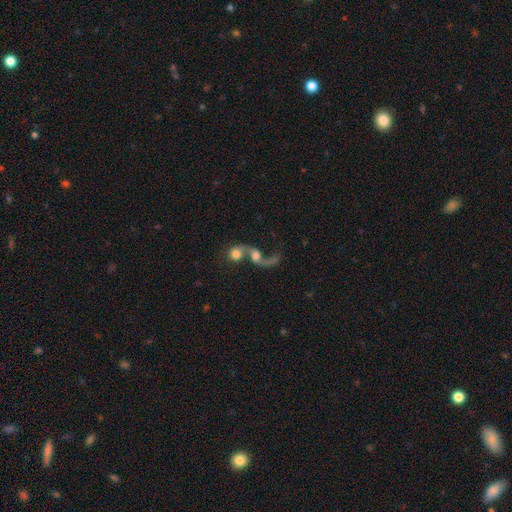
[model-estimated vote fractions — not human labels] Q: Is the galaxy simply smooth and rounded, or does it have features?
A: featured or disk — 56%.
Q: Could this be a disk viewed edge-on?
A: no — 95%.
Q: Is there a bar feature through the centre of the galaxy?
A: no — 66%.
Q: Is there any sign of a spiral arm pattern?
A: yes — 74%.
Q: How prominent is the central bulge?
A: moderate — 38%.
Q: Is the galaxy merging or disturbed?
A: merger — 71%.